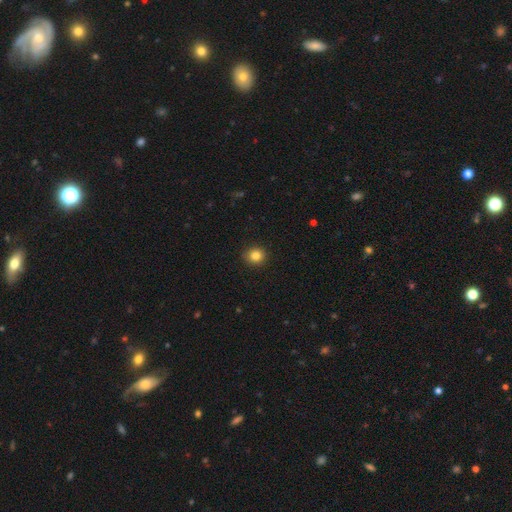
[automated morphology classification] Smooth or featured? Predicted: smooth (p=0.84). How rounded? Predicted: round (p=0.84). Merging? Predicted: none (p=0.90).